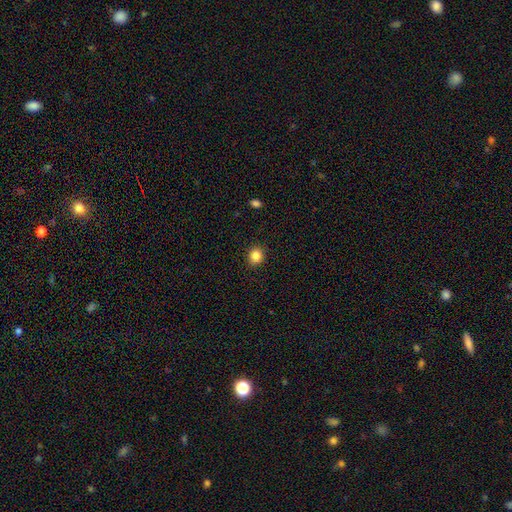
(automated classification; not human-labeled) This appears to be a smooth galaxy with no disk features (85%) that is round (77%). Merging: none (90%).